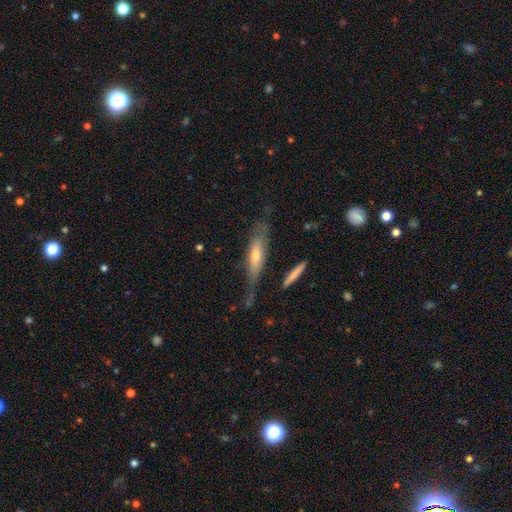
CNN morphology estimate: type=featured or disk (56%); edge-on=yes (73%); merging=none (56%).